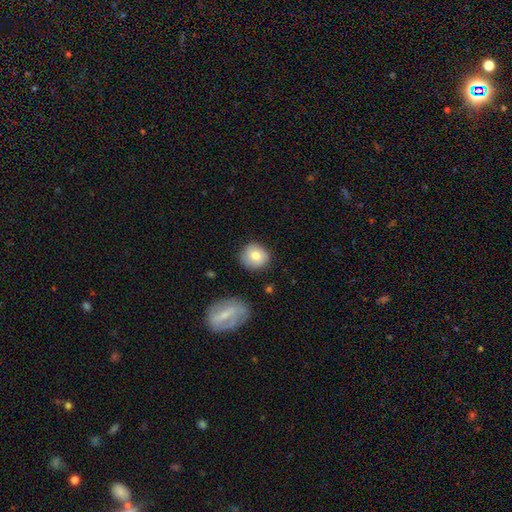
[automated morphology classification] This is likely a smooth galaxy (74%). How rounded: clearly round (87%). Merging: clearly none (81%).